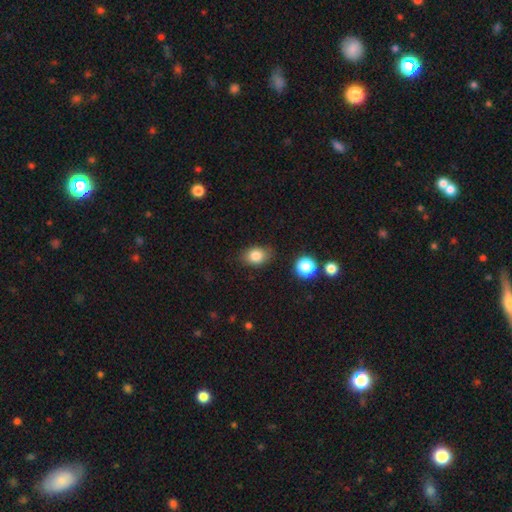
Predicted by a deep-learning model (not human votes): smooth 83%, star or artifact 10%, featured or disk 7%. Down the decision tree: how rounded — in between (67%); merging — none (79%).